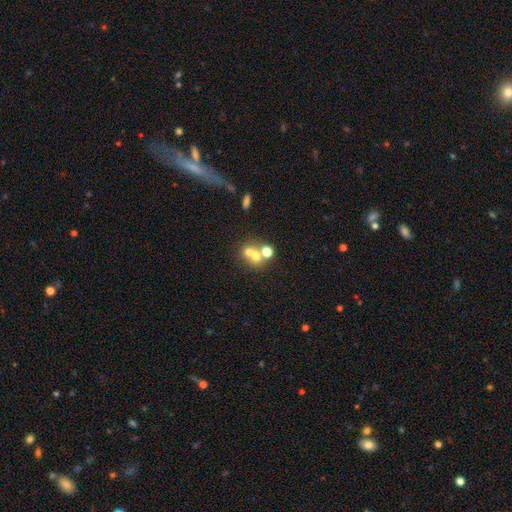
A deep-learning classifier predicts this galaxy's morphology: smooth 59%, featured or disk 24%, star or artifact 17%. Down the decision tree: how rounded — round (76%); merging — merger (54%).